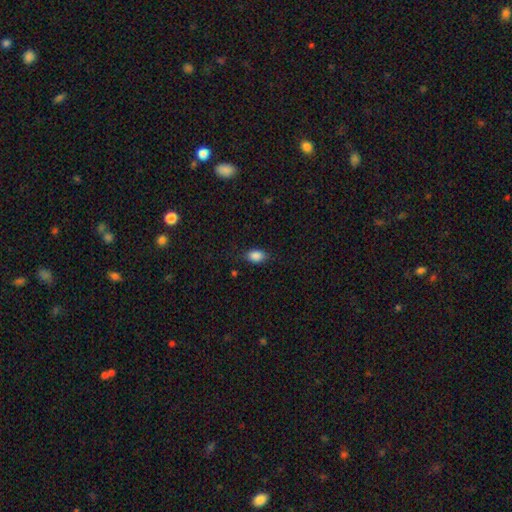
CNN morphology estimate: Smooth or featured? Predicted: smooth (p=0.87). How rounded? Predicted: in between (p=0.85). Merging? Predicted: none (p=0.79).